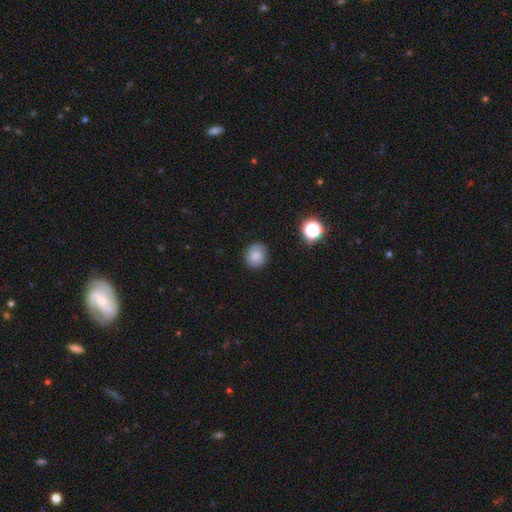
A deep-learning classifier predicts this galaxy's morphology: The model was most divided on "how rounded": round: 82%, in between: 17%, cigar-shaped: 1%. More confident: merging — none (86%); smooth or featured — smooth (78%).